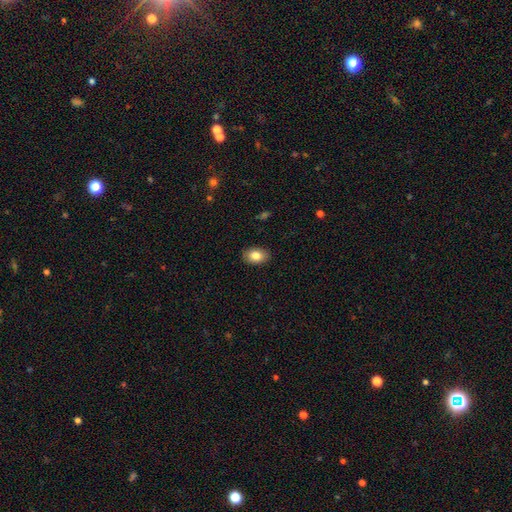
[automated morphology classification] smooth-or-featured: smooth: 83% | featured or disk: 9% | star or artifact: 8%
  how-rounded: in between: 83% | round: 16% | cigar-shaped: 1%
  merging: none: 88% | minor disturbance: 9% | major disturbance: 2% | merger: 1%